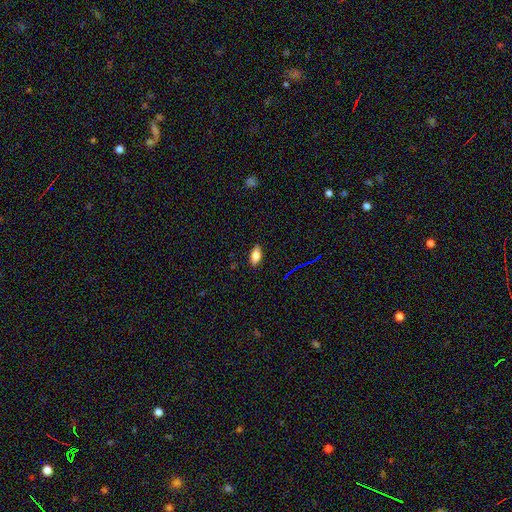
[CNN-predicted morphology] type=smooth (72%); roundness=in between (86%); merging=none (85%).